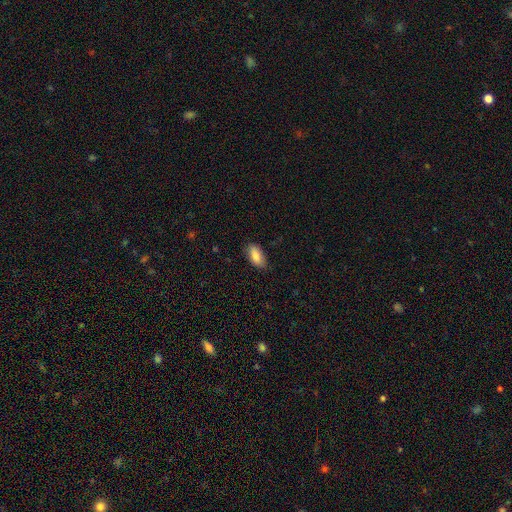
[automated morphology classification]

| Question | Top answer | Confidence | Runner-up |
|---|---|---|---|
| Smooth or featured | smooth | 85% | featured or disk (8%) |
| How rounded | in between | 89% | cigar-shaped (9%) |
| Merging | none | 82% | minor disturbance (15%) |